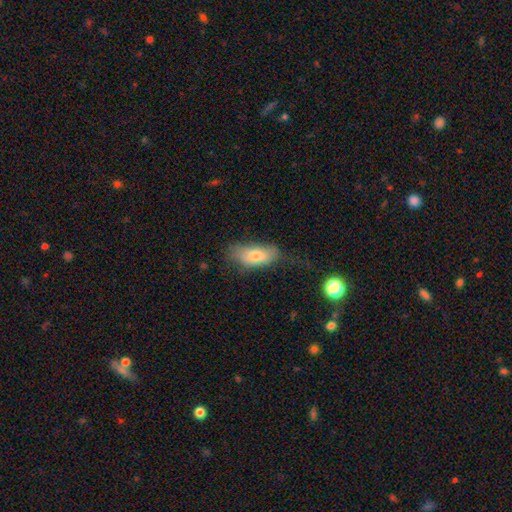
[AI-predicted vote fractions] Morphology: type=smooth (72%); roundness=in between (84%); merging=none (46%).